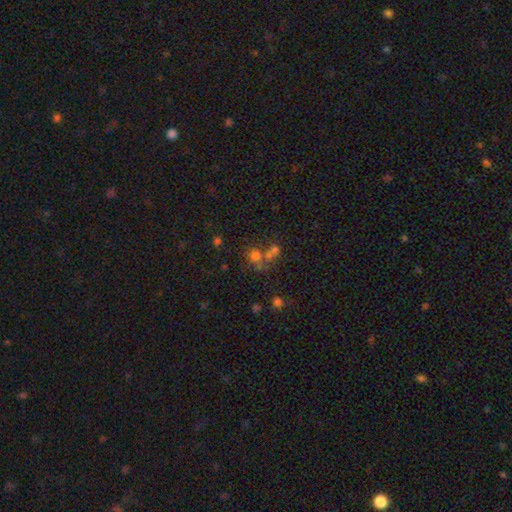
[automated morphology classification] A smooth galaxy with no disk features (52%) that is round (78%). Merging: merger (44%).